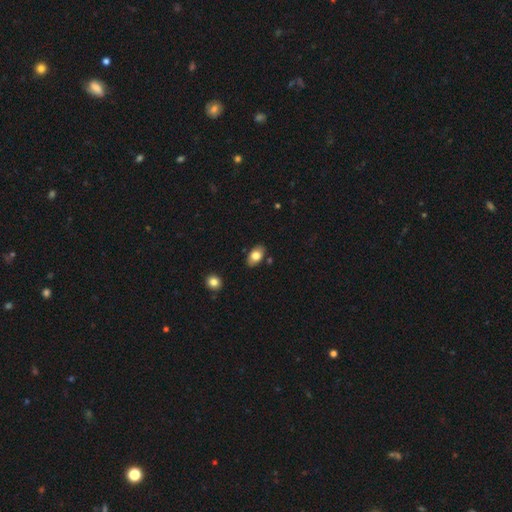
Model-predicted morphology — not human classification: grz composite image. It shows a smooth galaxy with no disk features (76%) that is in between round and cigar-shaped (92%). Merging: none (84%).